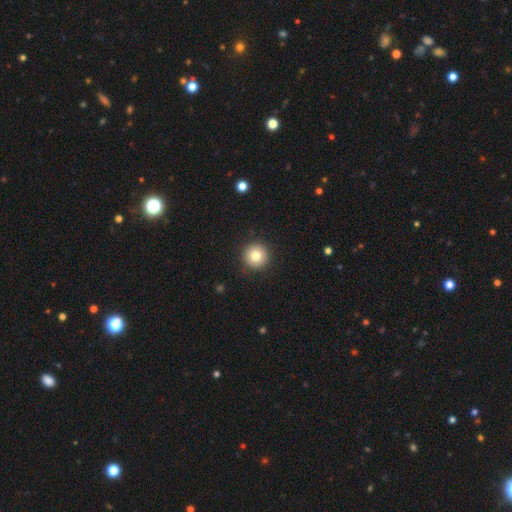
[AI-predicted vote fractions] Morphology: type=smooth (81%); roundness=round (96%); merging=none (91%).